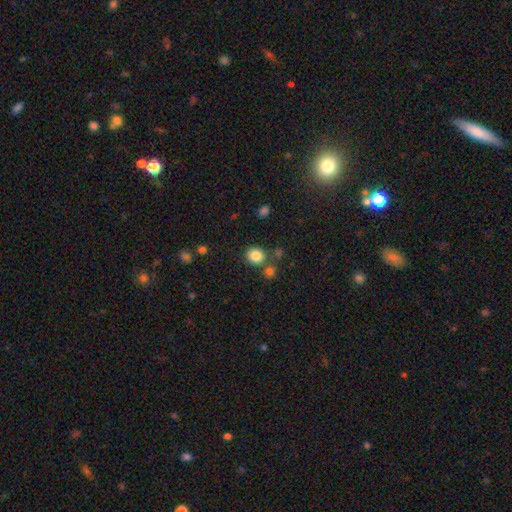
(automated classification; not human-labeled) This appears to be a smooth galaxy with no disk features (85%) that is round (79%). Merging: none (73%).